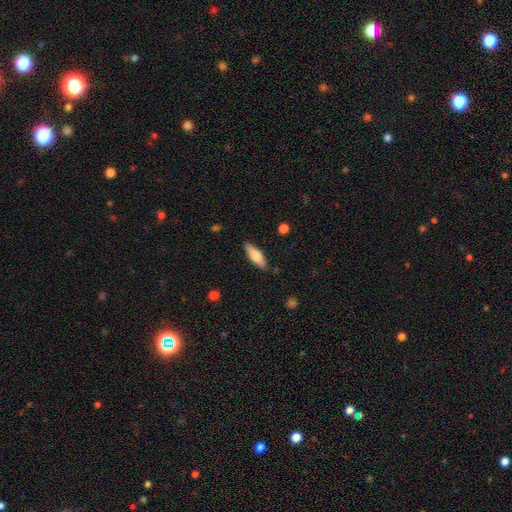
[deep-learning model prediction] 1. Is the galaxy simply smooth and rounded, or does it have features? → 63% smooth, 31% featured or disk, 6% star or artifact.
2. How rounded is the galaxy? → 53% cigar-shaped, 45% in between, 2% round.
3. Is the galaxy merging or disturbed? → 87% none, 10% minor disturbance, 2% major disturbance, 1% merger.